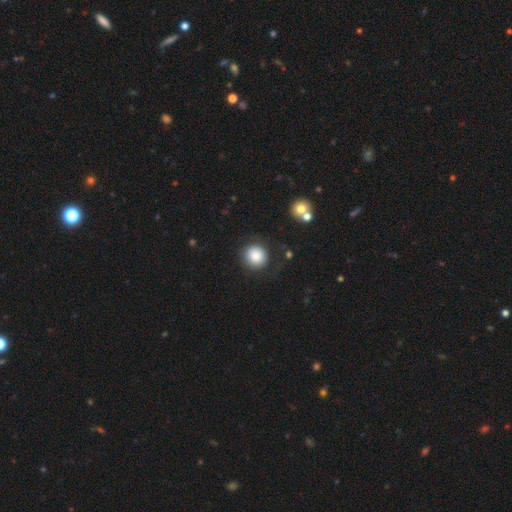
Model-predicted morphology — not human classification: A smooth galaxy with no disk features (85%) that is round (92%).

Vote fractions:
- Smooth or featured? smooth: 85% / star or artifact: 8% / featured or disk: 6%
- How rounded? round: 92% / in between: 7% / cigar-shaped: 1%
- Merging? none: 83% / minor disturbance: 10% / major disturbance: 5% / merger: 2%